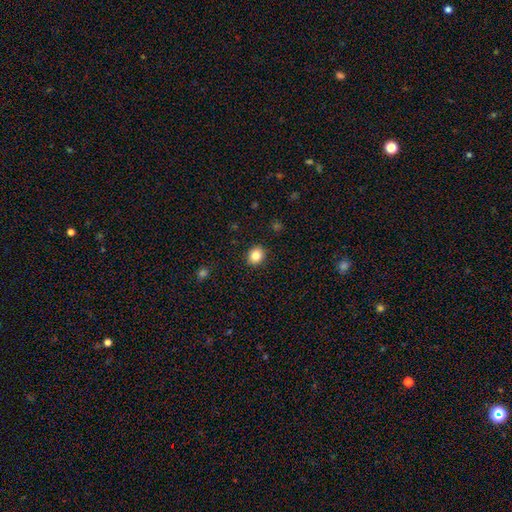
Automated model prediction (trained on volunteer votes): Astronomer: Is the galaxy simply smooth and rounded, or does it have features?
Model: smooth — 84%.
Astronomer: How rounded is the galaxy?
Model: round — 76%.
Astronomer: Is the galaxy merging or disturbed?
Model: none — 91%.